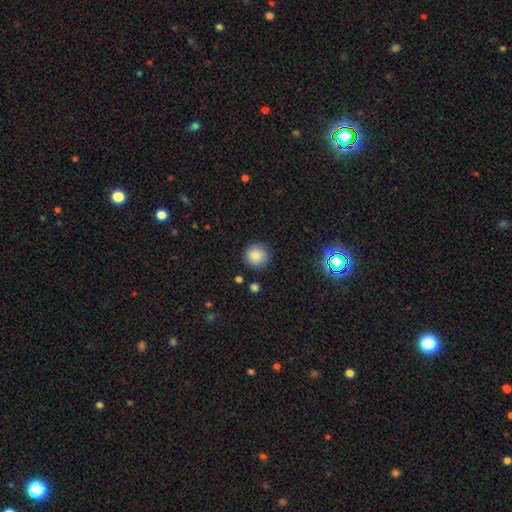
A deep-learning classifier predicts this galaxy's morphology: The model was most divided on "smooth or featured": smooth: 84%, star or artifact: 10%, featured or disk: 6%. More confident: how rounded — round (94%); merging — none (87%).